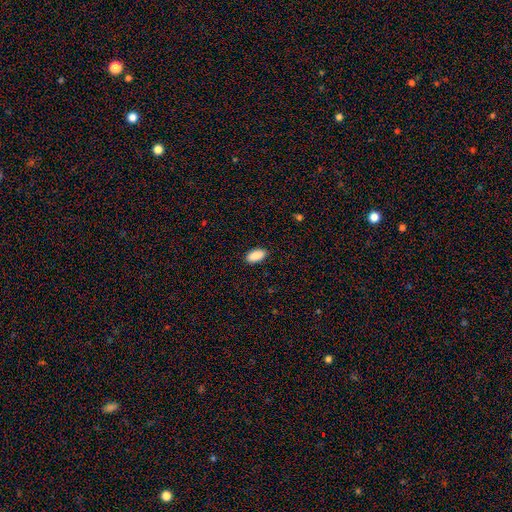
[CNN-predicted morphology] The model was most divided on "merging": none: 89%, minor disturbance: 8%, major disturbance: 2%, merger: 1%. More confident: how rounded — in between (93%); smooth or featured — smooth (90%).